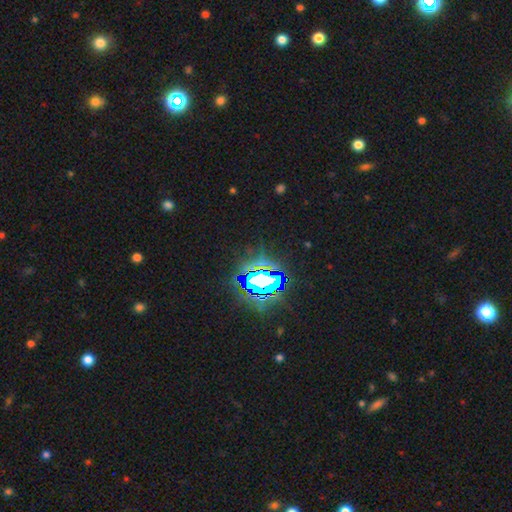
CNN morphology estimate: smooth_or_featured: star or artifact (p=0.81) [alt: smooth p=0.11]